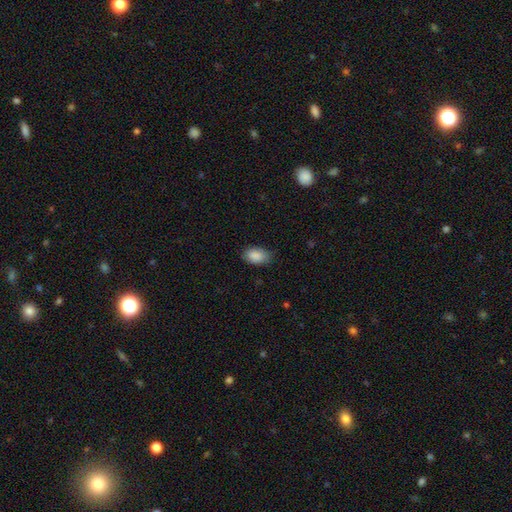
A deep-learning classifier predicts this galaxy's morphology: This appears to be a smooth galaxy with no disk features (89%) that is in between round and cigar-shaped (92%). Merging: none (79%).